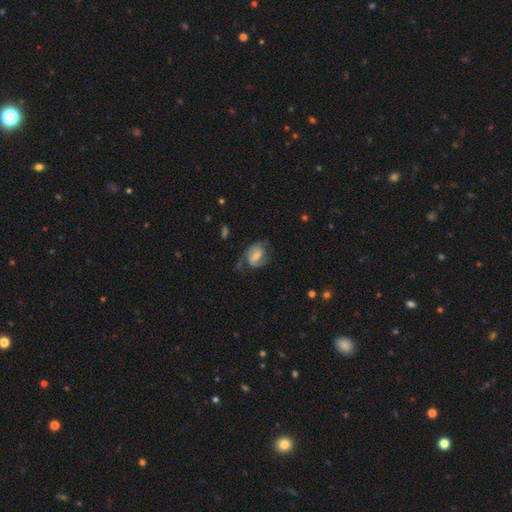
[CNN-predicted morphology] A featured or disk galaxy (66%) with a weak bar (48%), 2 (72%) medium (48%) spiral arms (88%) and a small central bulge (38%).

Vote fractions:
- Smooth or featured? featured or disk: 66% / smooth: 26% / star or artifact: 7%
- Edge-on disk? no: 97% / yes: 3%
- Bar? weak: 48% / strong: 30% / no: 22%
- Spiral arms? yes: 88% / no: 12%
- Spiral winding? medium: 48% / loose: 27% / tight: 25%
- Spiral arm count? 2: 72% / 1: 14% / can't tell: 9% / 3: 3% / 4: 1% / more than 4: 1%
- Bulge size? small: 38% / moderate: 35% / none: 16% / large: 9% / dominant: 2%
- Merging? none: 51% / minor disturbance: 24% / major disturbance: 22% / merger: 3%